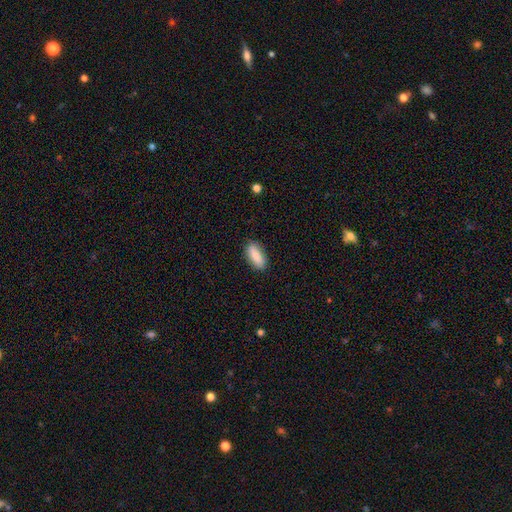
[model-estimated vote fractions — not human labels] Morphology: type=smooth (82%); roundness=in between (81%); merging=none (86%).